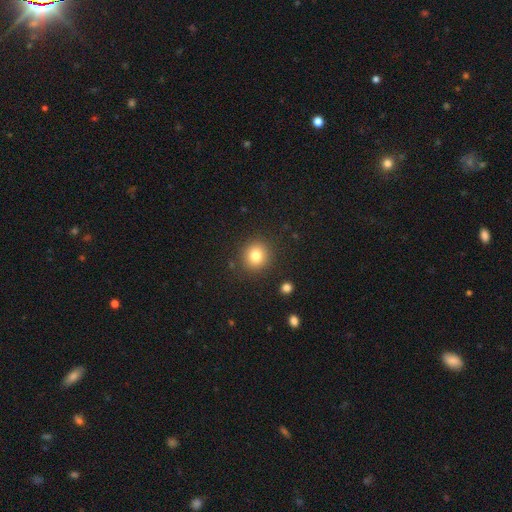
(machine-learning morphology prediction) Smooth or featured? Predicted: smooth (p=0.80). How rounded? Predicted: round (p=0.89). Merging? Predicted: none (p=0.89).